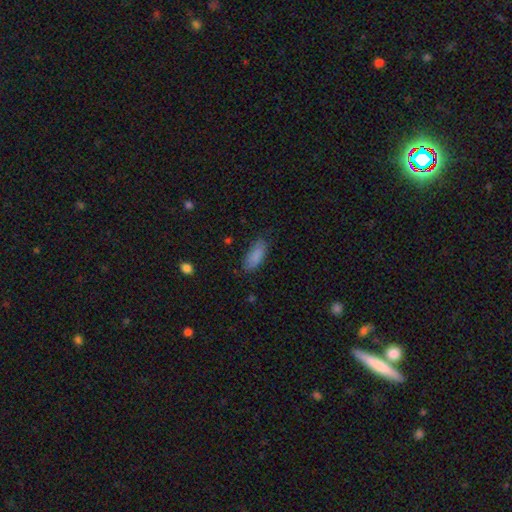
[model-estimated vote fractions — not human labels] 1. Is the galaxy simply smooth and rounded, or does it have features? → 86% smooth, 7% star or artifact, 7% featured or disk.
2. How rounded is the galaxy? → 79% in between, 19% cigar-shaped, 2% round.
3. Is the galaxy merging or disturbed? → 75% none, 19% minor disturbance, 4% major disturbance, 1% merger.